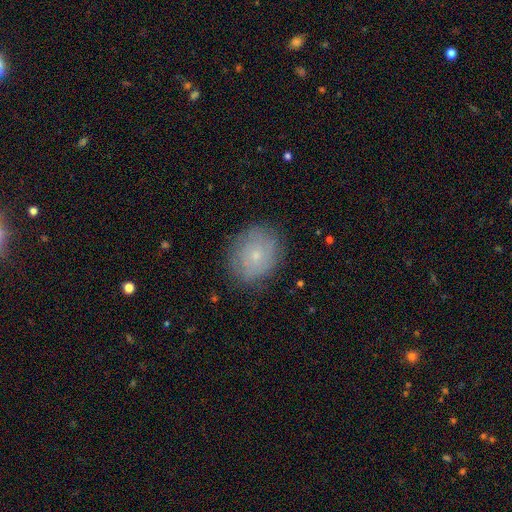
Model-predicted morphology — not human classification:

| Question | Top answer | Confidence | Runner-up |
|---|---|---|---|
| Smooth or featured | smooth | 56% | featured or disk (35%) |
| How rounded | round | 61% | in between (38%) |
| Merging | none | 81% | minor disturbance (14%) |